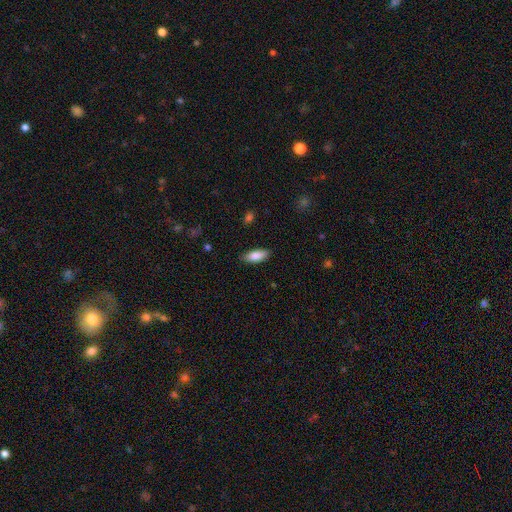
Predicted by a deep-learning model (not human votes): Morphology: type=smooth (85%); roundness=in between (79%); merging=none (86%).